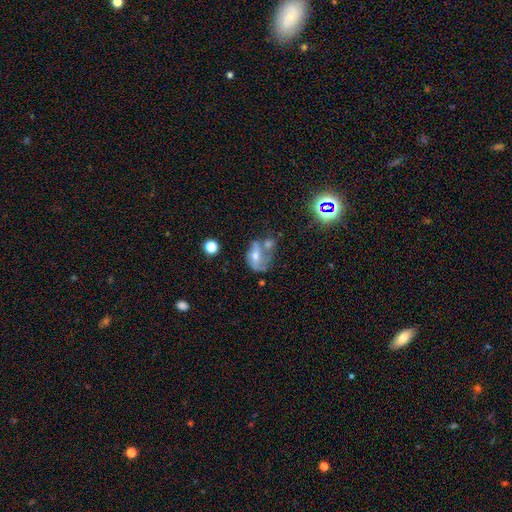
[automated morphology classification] The model was most divided on "smooth or featured": featured or disk: 47%, smooth: 40%, star or artifact: 13%. Remaining: merging — merger (39%).